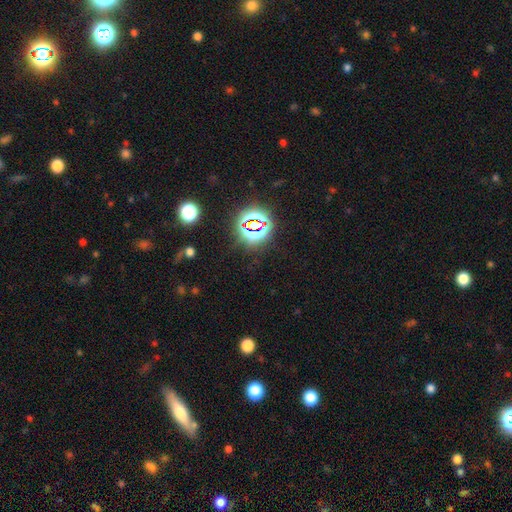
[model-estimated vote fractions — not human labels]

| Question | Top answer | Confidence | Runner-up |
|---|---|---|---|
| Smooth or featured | star or artifact | 75% | smooth (16%) |